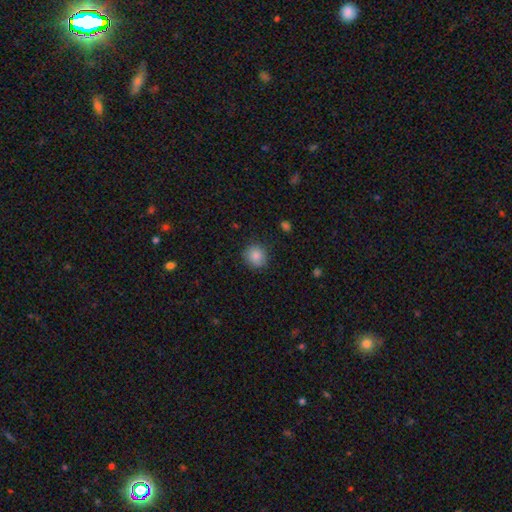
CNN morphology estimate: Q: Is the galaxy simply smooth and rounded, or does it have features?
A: smooth — 87%.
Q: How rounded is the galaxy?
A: round — 87%.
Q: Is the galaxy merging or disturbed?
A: none — 85%.